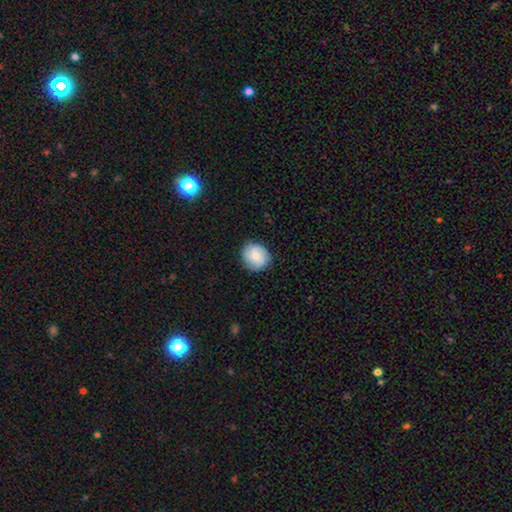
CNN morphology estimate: Smooth or featured?
  - smooth: 79% *
  - featured or disk: 14%
  - star or artifact: 7%
How rounded?
  - round: 75% *
  - in between: 24%
  - cigar-shaped: 1%
Merging?
  - none: 85% *
  - minor disturbance: 11%
  - major disturbance: 3%
  - merger: 1%